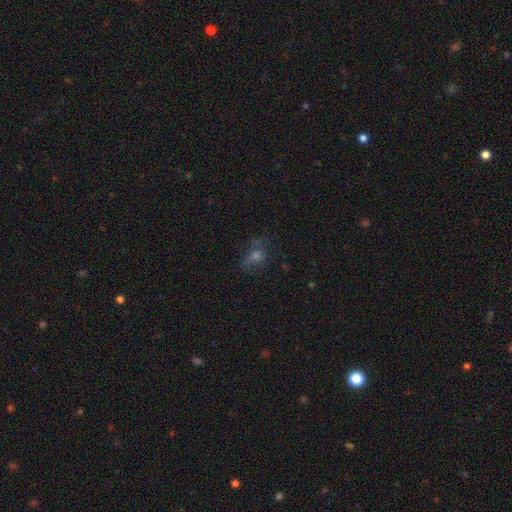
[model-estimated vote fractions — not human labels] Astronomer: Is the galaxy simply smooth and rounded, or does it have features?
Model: smooth — 38% (runner-up: featured or disk, 31%).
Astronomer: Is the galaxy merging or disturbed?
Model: none — 55%.